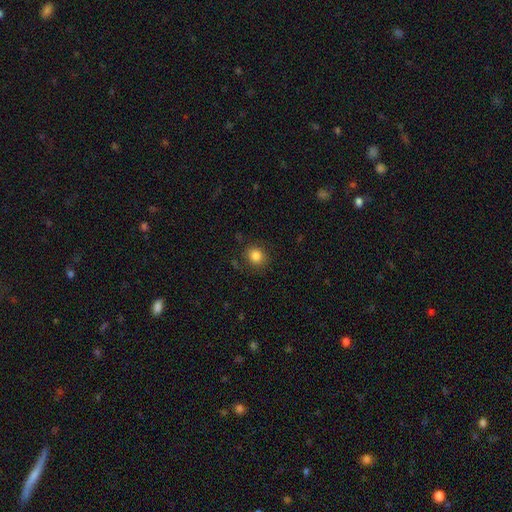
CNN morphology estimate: Overall: smooth (84%). How rounded: round (78%). Merging: none (85%).